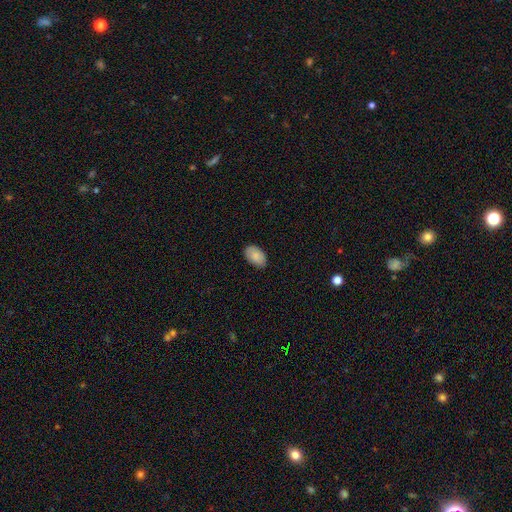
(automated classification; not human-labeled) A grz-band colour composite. It shows a smooth galaxy with no disk features (86%) that is in between round and cigar-shaped (92%). Merging: none (84%).